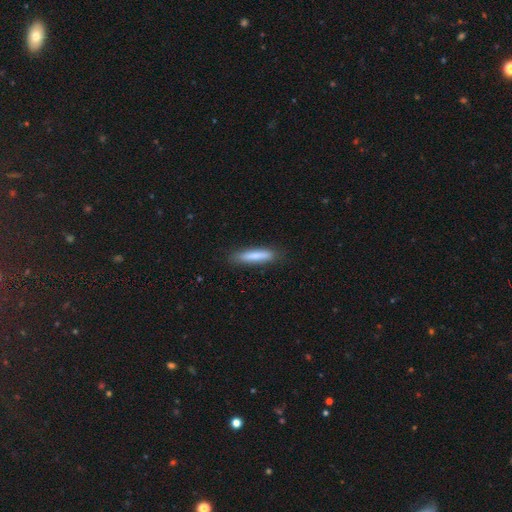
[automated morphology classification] Q: Smooth or featured?
A: smooth (80%); runner-up: featured or disk (14%)
Q: How rounded?
A: cigar-shaped (86%); runner-up: in between (13%)
Q: Merging?
A: none (86%); runner-up: minor disturbance (10%)